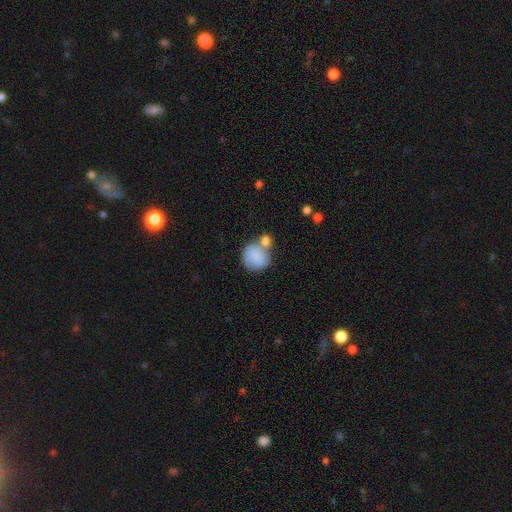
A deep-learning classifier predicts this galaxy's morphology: type=smooth (81%); roundness=round (81%); merging=merger (44%).